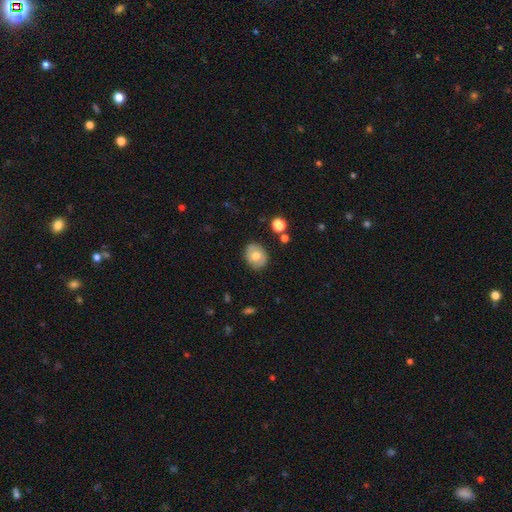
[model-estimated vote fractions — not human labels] Smooth or featured? smooth (68%)
How rounded? round (60%)
Merging? none (84%)